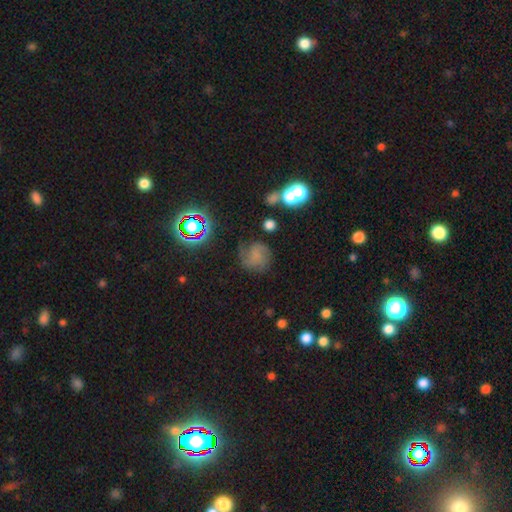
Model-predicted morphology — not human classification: A smooth galaxy with no disk features (44%).

Vote fractions:
- Smooth or featured? smooth: 44% / featured or disk: 39% / star or artifact: 17%
- Merging? none: 60% / minor disturbance: 22% / major disturbance: 14% / merger: 3%